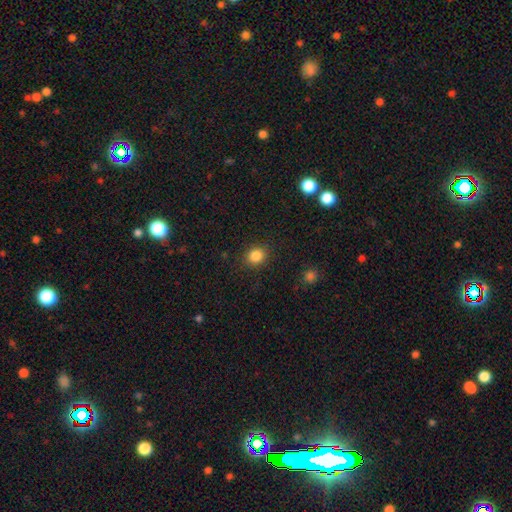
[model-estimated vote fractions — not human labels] Overall: smooth (85%). How rounded: round (71%). Merging: none (88%).